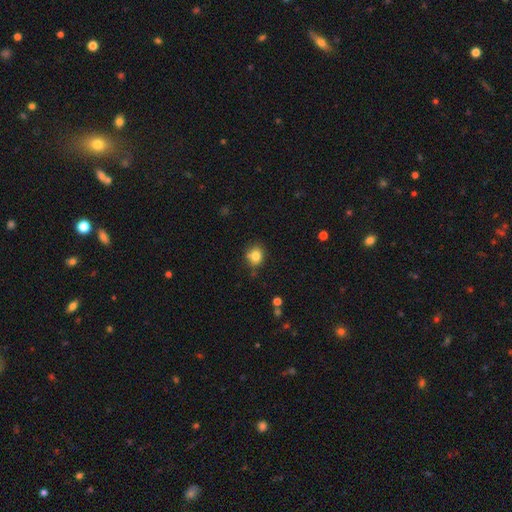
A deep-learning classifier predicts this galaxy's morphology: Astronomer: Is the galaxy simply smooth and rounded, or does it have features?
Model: smooth — 81%.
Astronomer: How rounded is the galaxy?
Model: round — 75%.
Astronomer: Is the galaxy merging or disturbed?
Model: none — 68%.